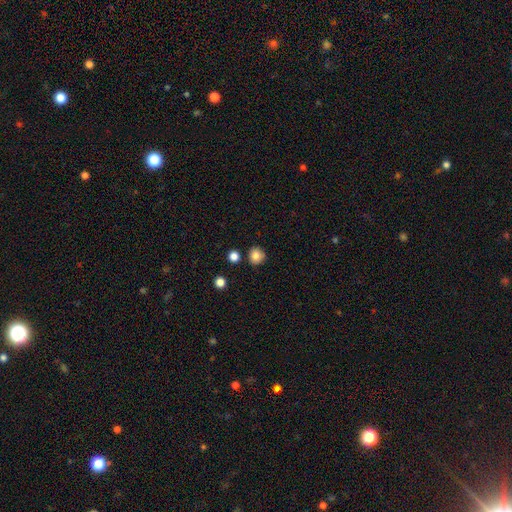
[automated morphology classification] This appears to be a smooth galaxy with no disk features (83%) that is round (89%). Merging: none (82%).